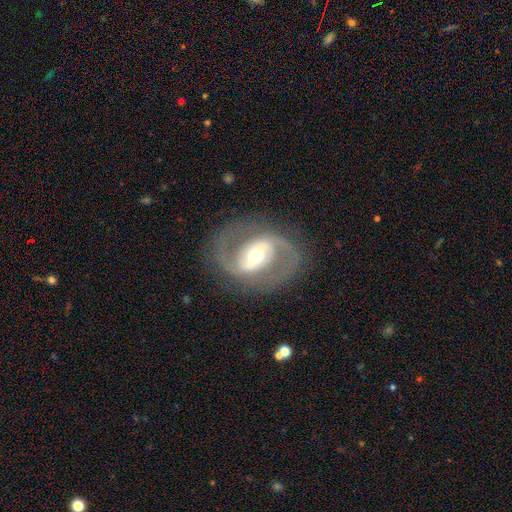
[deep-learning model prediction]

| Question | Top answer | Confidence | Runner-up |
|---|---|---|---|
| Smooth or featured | featured or disk | 89% | smooth (6%) |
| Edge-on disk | no | 97% | yes (3%) |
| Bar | strong | 47% | weak (39%) |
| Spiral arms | yes | 94% | no (6%) |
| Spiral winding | medium | 58% | tight (23%) |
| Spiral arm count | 2 | 92% | can't tell (3%) |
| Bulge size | moderate | 64% | small (23%) |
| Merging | none | 82% | minor disturbance (11%) |